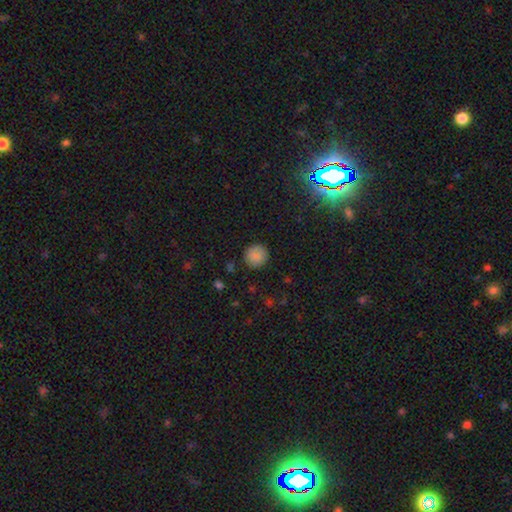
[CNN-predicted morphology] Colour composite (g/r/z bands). It shows a smooth galaxy with no disk features (87%) that is round (94%). Merging: none (89%).